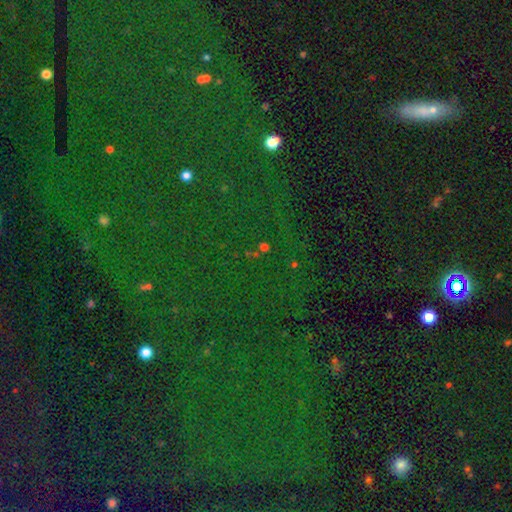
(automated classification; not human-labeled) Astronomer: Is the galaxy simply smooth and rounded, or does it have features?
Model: star or artifact — 79%.